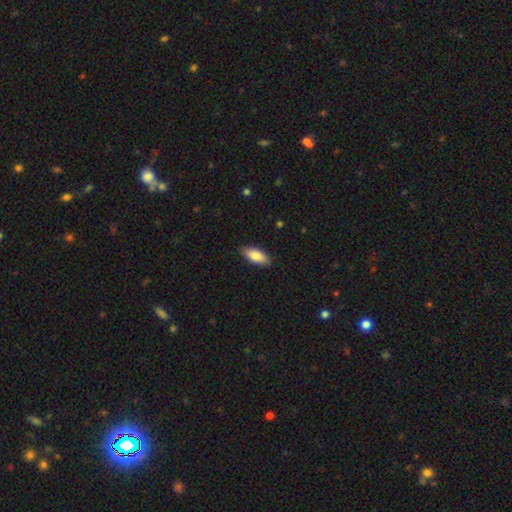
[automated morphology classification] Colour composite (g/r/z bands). It shows a smooth galaxy with no disk features (84%) that is in between round and cigar-shaped (86%). Merging: none (87%).